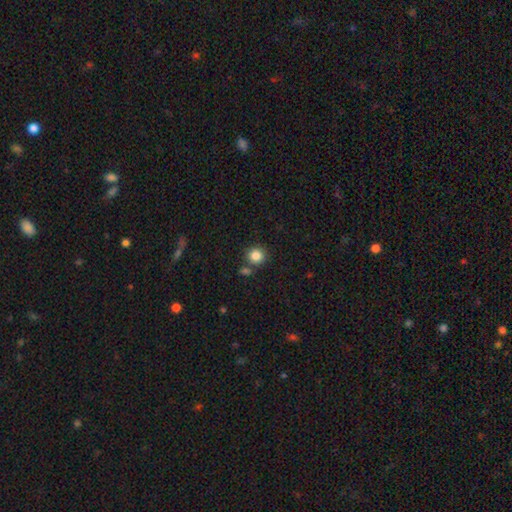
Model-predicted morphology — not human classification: Overall: smooth (85%). How rounded: round (91%). Merging: none (76%).